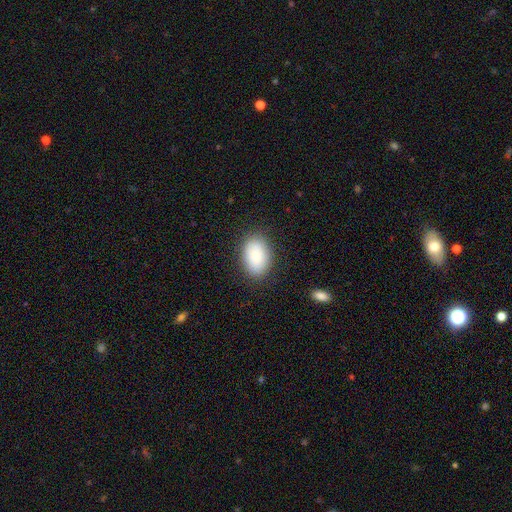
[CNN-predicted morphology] The model was most divided on "merging": none: 86%, minor disturbance: 10%, major disturbance: 3%, merger: 1%. More confident: how rounded — in between (88%); smooth or featured — smooth (86%).